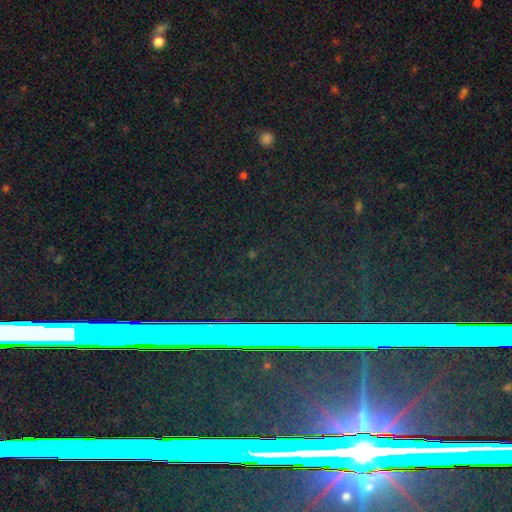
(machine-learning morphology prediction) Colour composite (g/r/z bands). It shows a star or artifact, not a galaxy (84%).